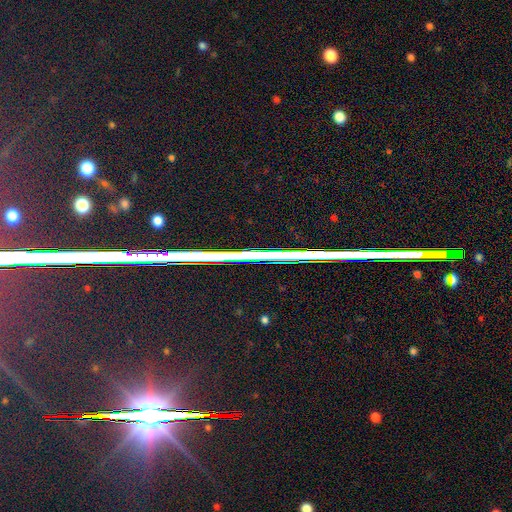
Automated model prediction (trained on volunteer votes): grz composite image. It shows a star or artifact, not a galaxy (80%).